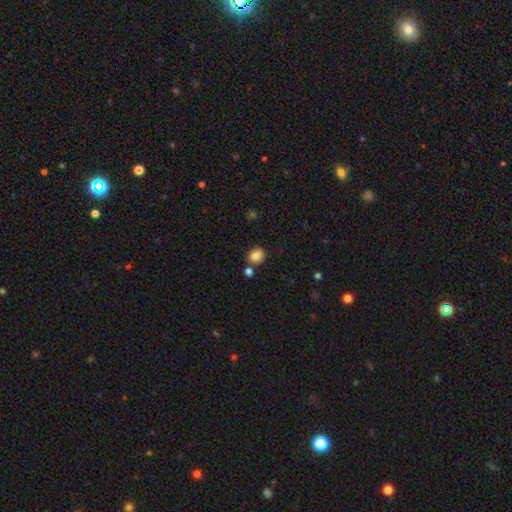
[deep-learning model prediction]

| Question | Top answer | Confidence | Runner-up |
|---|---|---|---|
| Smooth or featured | smooth | 85% | star or artifact (10%) |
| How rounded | round | 71% | in between (28%) |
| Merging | none | 75% | merger (12%) |